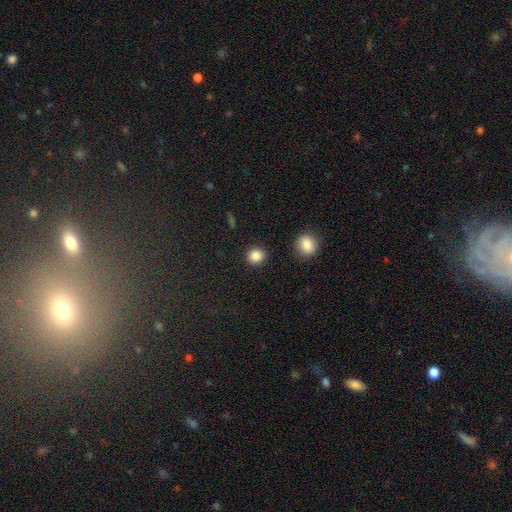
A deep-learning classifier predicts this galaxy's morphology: smooth_or_featured: smooth (p=0.86) [alt: star or artifact p=0.10]
how_rounded: round (p=0.90) [alt: in between p=0.09]
merging: none (p=0.90) [alt: minor disturbance p=0.06]